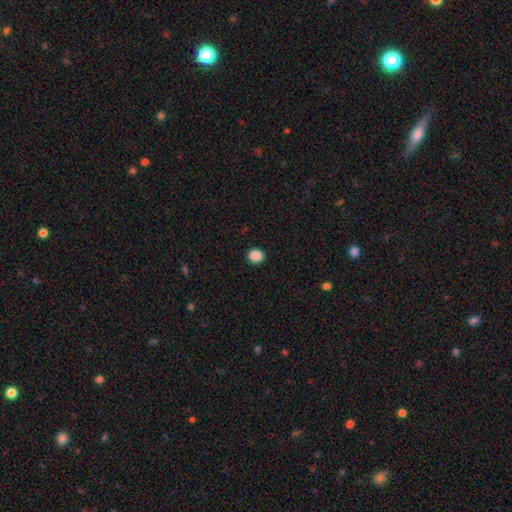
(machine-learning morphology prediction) smooth_or_featured: smooth (p=0.89) [alt: star or artifact p=0.09]
how_rounded: round (p=0.73) [alt: in between p=0.26]
merging: none (p=0.91) [alt: minor disturbance p=0.06]